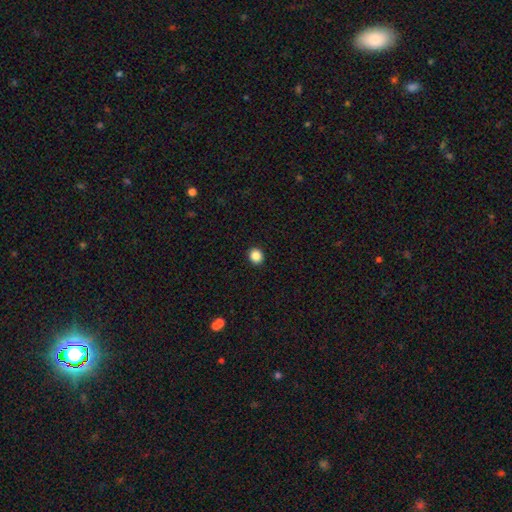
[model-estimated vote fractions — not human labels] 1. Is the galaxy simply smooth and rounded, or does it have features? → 87% smooth, 10% star or artifact, 3% featured or disk.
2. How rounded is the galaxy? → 79% round, 20% in between, 1% cigar-shaped.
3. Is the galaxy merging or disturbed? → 93% none, 5% minor disturbance, 2% major disturbance, 1% merger.